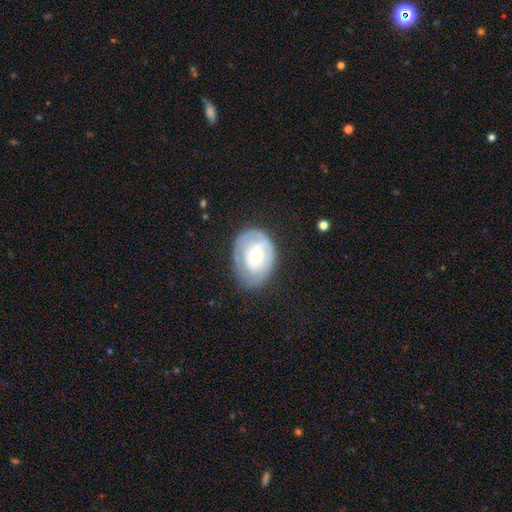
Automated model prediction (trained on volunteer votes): Smooth or featured: featured or disk — 59% (smooth — 35%)
Edge-on disk: no — 96% (yes — 4%)
Bar: no — 71% (weak — 24%)
Spiral arms: yes — 69% (no — 31%)
Bulge size: moderate — 52% (small — 37%)
Merging: none — 67% (minor disturbance — 22%)